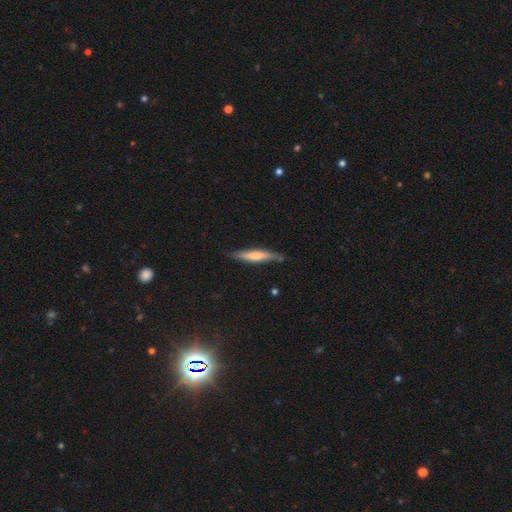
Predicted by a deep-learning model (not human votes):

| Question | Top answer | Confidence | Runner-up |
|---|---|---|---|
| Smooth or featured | smooth | 57% | featured or disk (38%) |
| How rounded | cigar-shaped | 88% | in between (11%) |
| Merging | none | 77% | minor disturbance (17%) |